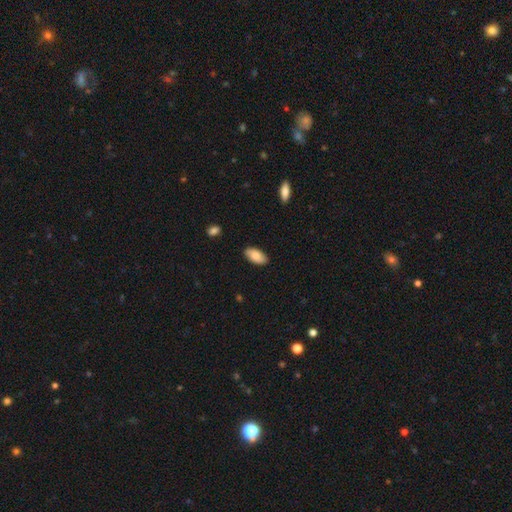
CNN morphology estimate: Overall: smooth (85%). How rounded: in between (94%). Merging: none (87%).